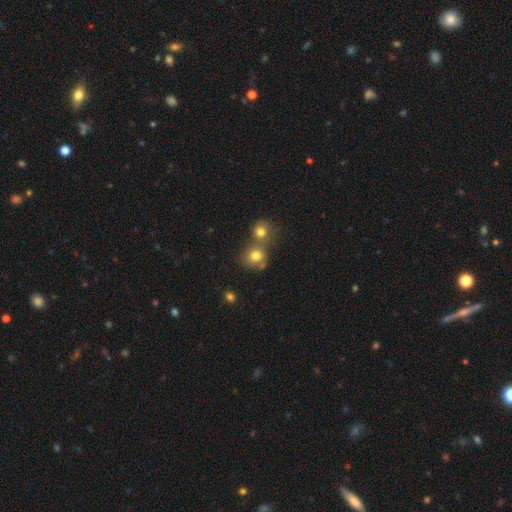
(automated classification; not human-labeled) This appears to be a smooth galaxy with no disk features (76%) that is round (81%). Merging: merger (45%).